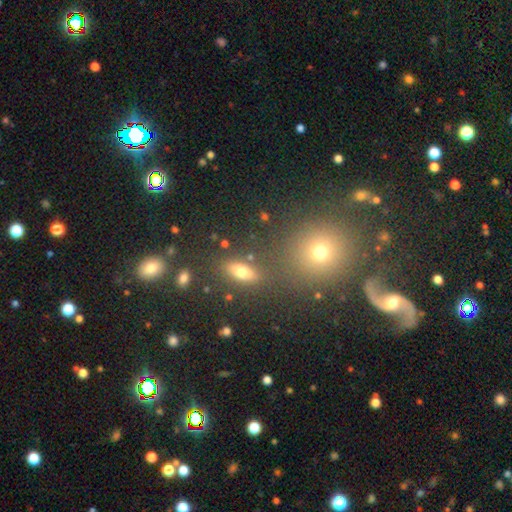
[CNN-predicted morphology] smooth-or-featured: smooth: 47% | star or artifact: 27% | featured or disk: 25%
  merging: none: 75% | minor disturbance: 11% | merger: 8% | major disturbance: 6%